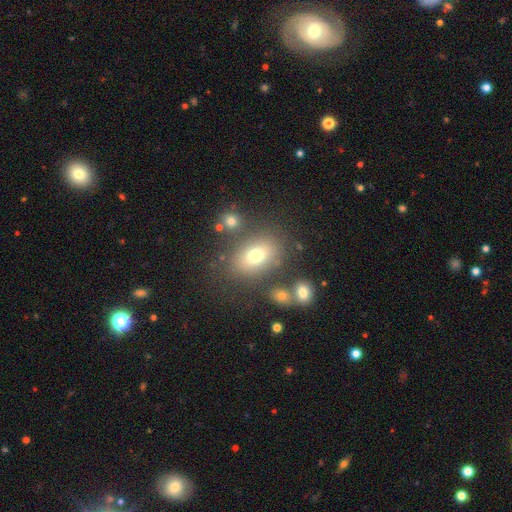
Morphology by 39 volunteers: smooth 79%, featured or disk 15%, star or artifact 5%. Down the decision tree: how rounded — in between (81%); merging — none (86%).